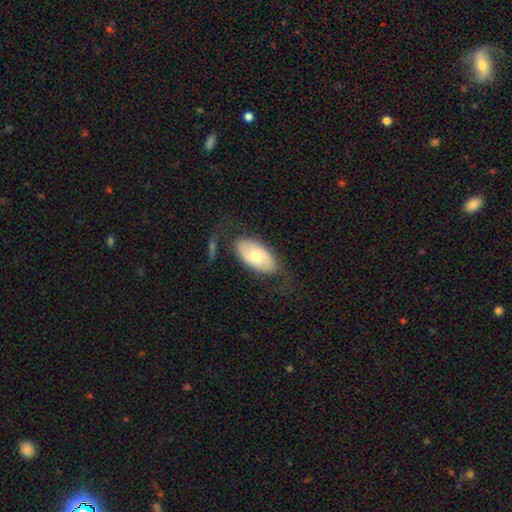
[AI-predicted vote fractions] smooth 49%, featured or disk 46%, star or artifact 6%. Down the decision tree: merging — none (65%).